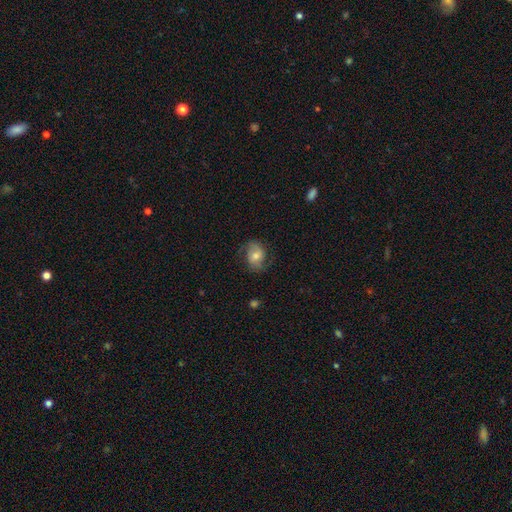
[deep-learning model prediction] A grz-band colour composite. It shows a featured or disk galaxy (58%) with no bar (55%), spiral arms (88%) and a moderate central bulge (61%). Merging: none (71%).